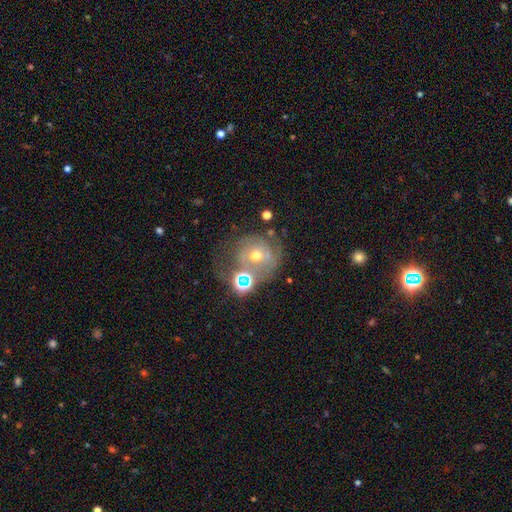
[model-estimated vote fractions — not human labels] Q: Smooth or featured?
A: featured or disk (51%); runner-up: smooth (31%)
Q: Edge-on disk?
A: no (96%); runner-up: yes (4%)
Q: Merging?
A: none (44%); runner-up: major disturbance (21%)